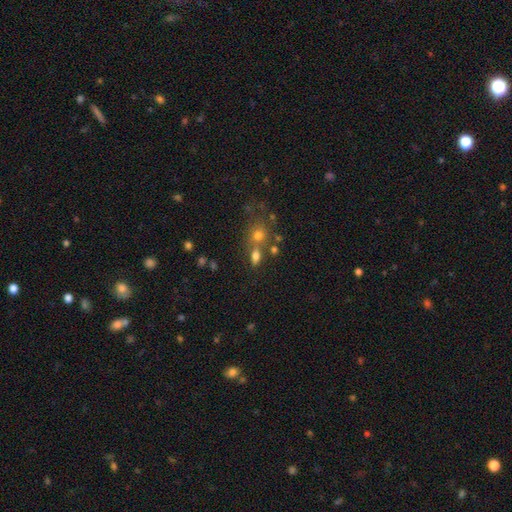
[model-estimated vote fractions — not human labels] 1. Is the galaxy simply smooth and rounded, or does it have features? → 72% smooth, 15% star or artifact, 13% featured or disk.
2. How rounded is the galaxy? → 73% in between, 21% round, 7% cigar-shaped.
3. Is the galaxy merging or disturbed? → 52% none, 30% merger, 12% minor disturbance, 6% major disturbance.